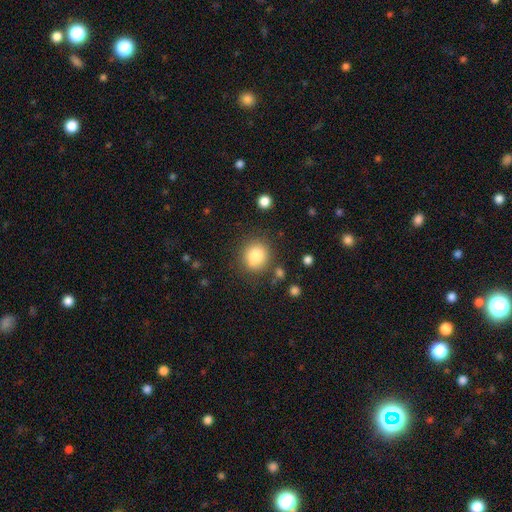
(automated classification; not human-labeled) Smooth or featured?
  - smooth: 84% *
  - star or artifact: 10%
  - featured or disk: 7%
How rounded?
  - round: 86% *
  - in between: 13%
  - cigar-shaped: 1%
Merging?
  - none: 81% *
  - minor disturbance: 11%
  - major disturbance: 4%
  - merger: 4%